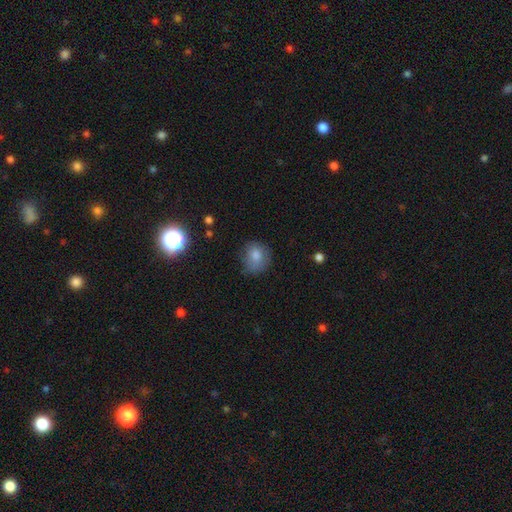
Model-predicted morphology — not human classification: This is likely a smooth galaxy (74%). How rounded: likely round (73%). Merging: likely none (67%).